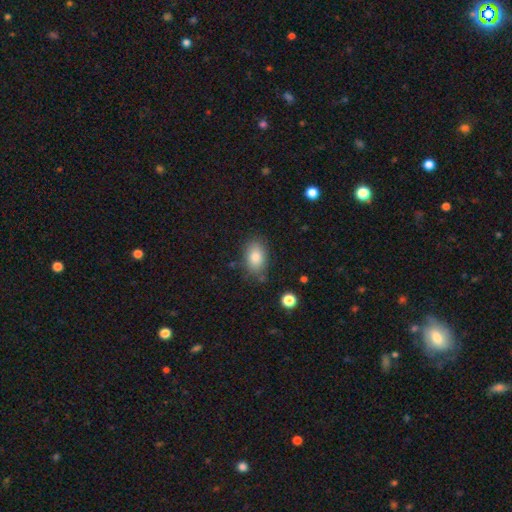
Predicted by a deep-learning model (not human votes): smooth-or-featured: smooth: 83% | star or artifact: 9% | featured or disk: 8%
  how-rounded: in between: 86% | round: 12% | cigar-shaped: 2%
  merging: none: 80% | minor disturbance: 14% | major disturbance: 3% | merger: 3%